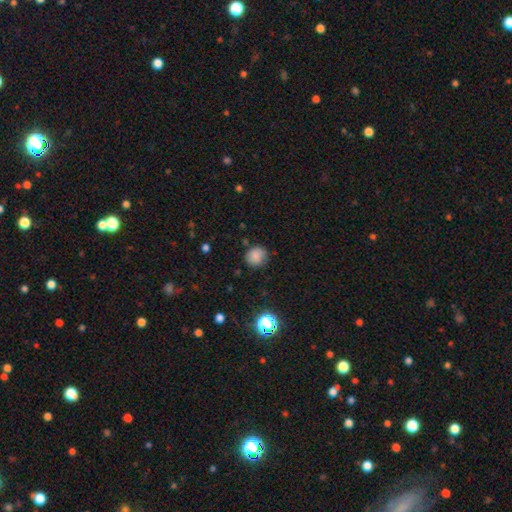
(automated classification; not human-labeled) The model was most divided on "merging": none: 81%, minor disturbance: 14%, major disturbance: 3%, merger: 2%. More confident: how rounded — round (87%); smooth or featured — smooth (82%).